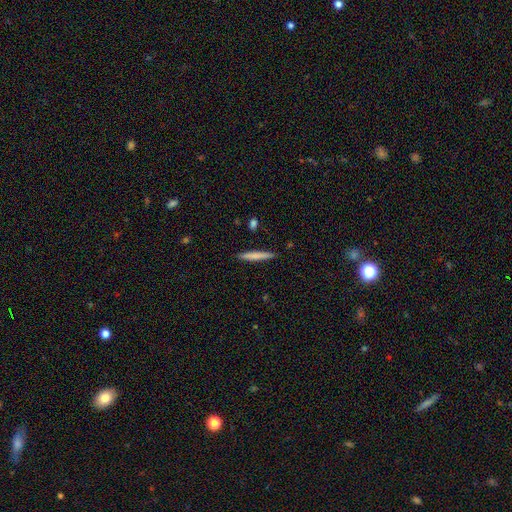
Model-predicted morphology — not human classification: Smooth or featured? smooth (74%)
How rounded? cigar-shaped (95%)
Merging? none (89%)